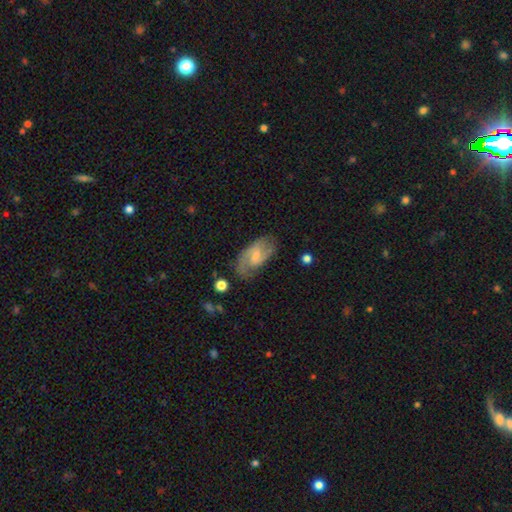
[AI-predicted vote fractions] smooth-or-featured: featured or disk: 72% | smooth: 22% | star or artifact: 6%
  disk-edge-on: no: 95% | yes: 5%
    bar: weak: 57% | no: 29% | strong: 14%
    has-spiral-arms: yes: 92% | no: 8%
      spiral-winding: medium: 50% | loose: 26% | tight: 24%
      spiral-arm-count: 2: 80% | can't tell: 11% | 1: 5% | 3: 3% | 4: 1% | more than 4: 1%
    bulge-size: small: 52% | moderate: 37% | none: 8% | large: 2% | dominant: 1%
  merging: none: 72% | minor disturbance: 19% | major disturbance: 7% | merger: 2%